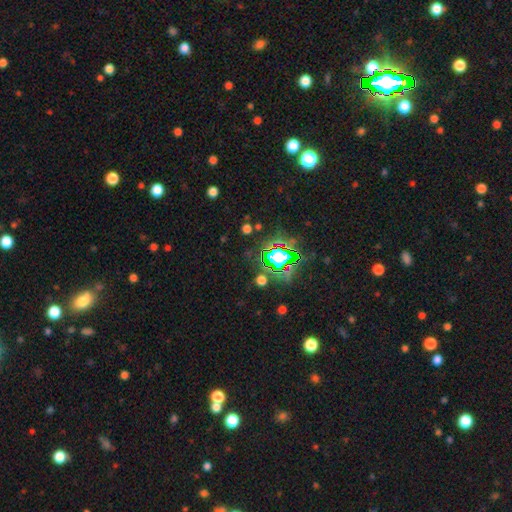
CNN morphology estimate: This is clearly a star or artifact rather than a galaxy (81%).